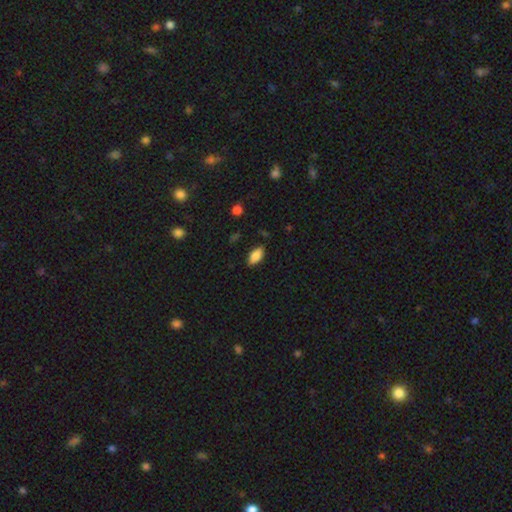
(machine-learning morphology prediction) Overall: smooth (83%). How rounded: in between (90%). Merging: none (85%).